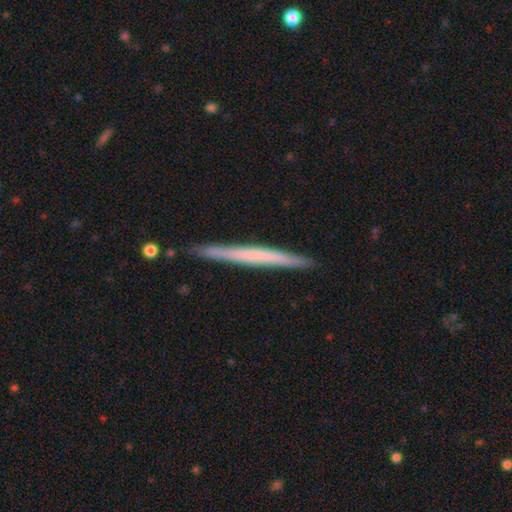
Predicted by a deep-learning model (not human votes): Morphology: type=featured or disk (48%); merging=none (89%).